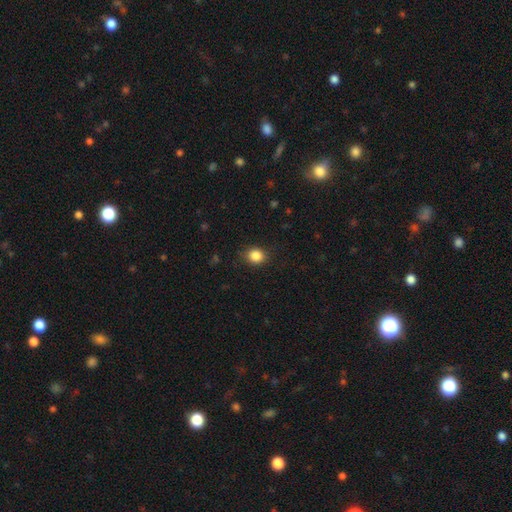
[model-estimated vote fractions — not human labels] smooth_or_featured: smooth (p=0.86) [alt: star or artifact p=0.10]
how_rounded: round (p=0.74) [alt: in between p=0.25]
merging: none (p=0.85) [alt: minor disturbance p=0.11]